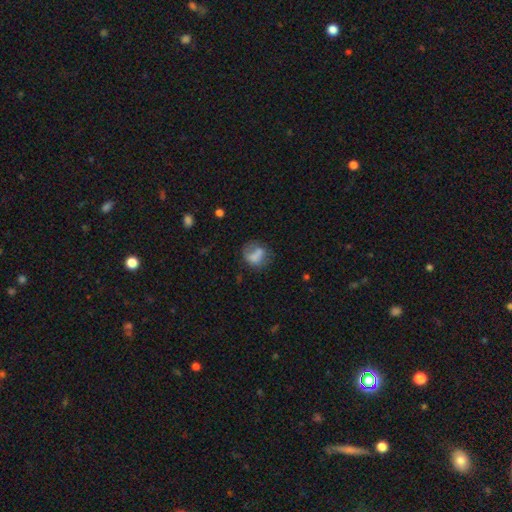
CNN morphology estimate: smooth 65%, featured or disk 25%, star or artifact 10%. Down the decision tree: how rounded — round (59%); merging — none (39%).